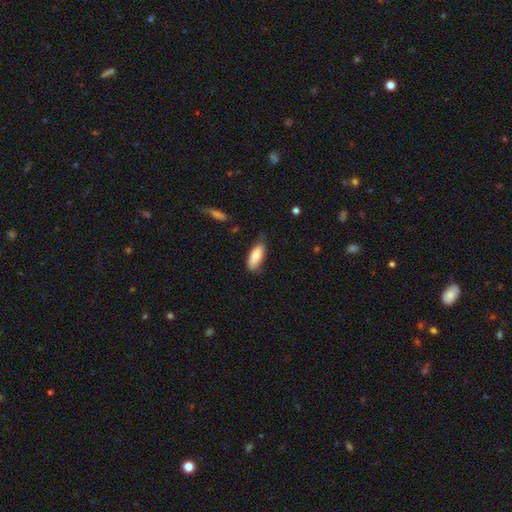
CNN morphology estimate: Overall: smooth (81%). How rounded: in between (80%). Merging: none (62%; minor disturbance 31%).